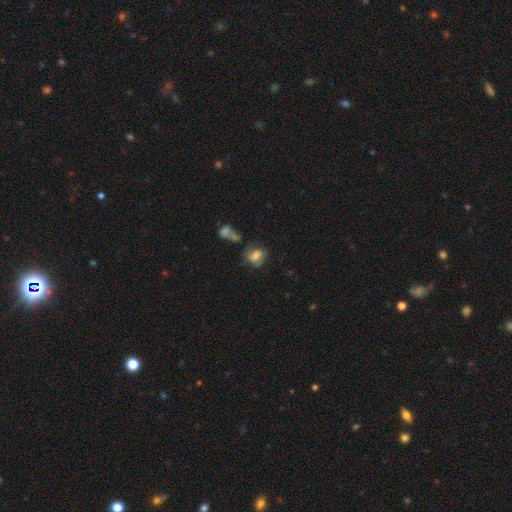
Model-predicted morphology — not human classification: smooth_or_featured: smooth (p=0.65) [alt: featured or disk p=0.23]
how_rounded: in between (p=0.58) [alt: round p=0.40]
merging: none (p=0.47) [alt: minor disturbance p=0.22]